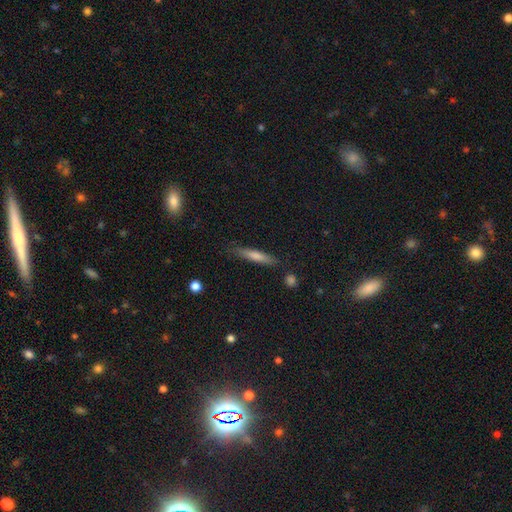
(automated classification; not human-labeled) Smooth or featured?
  - smooth: 60% *
  - featured or disk: 32%
  - star or artifact: 8%
How rounded?
  - cigar-shaped: 91% *
  - in between: 7%
  - round: 2%
Merging?
  - none: 85% *
  - minor disturbance: 11%
  - major disturbance: 2%
  - merger: 2%